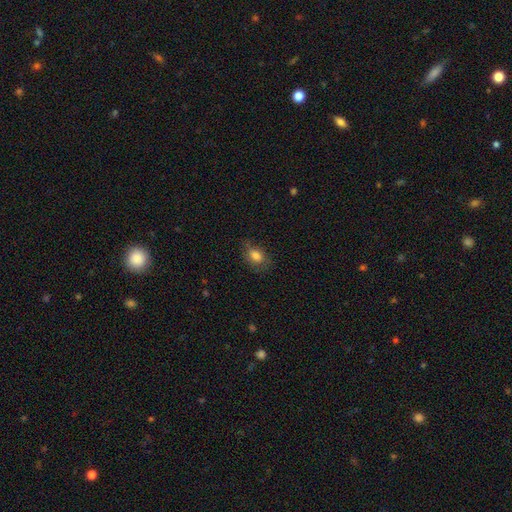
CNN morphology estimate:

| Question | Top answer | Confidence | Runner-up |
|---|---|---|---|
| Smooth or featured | smooth | 76% | featured or disk (14%) |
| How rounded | in between | 79% | round (19%) |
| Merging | none | 69% | minor disturbance (22%) |